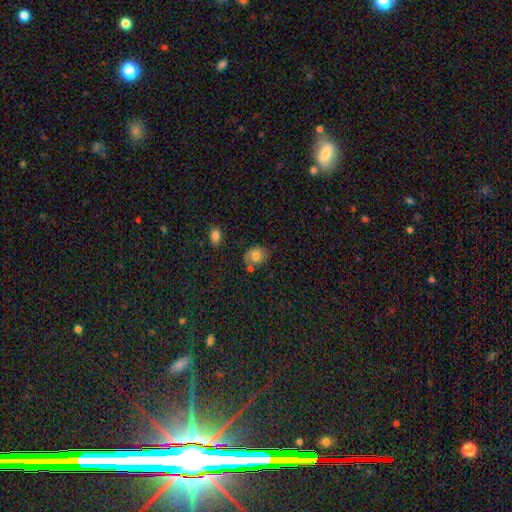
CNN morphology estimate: Smooth or featured? Predicted: smooth (p=0.65). How rounded? Predicted: round (p=0.54). Merging? Predicted: none (p=0.58).